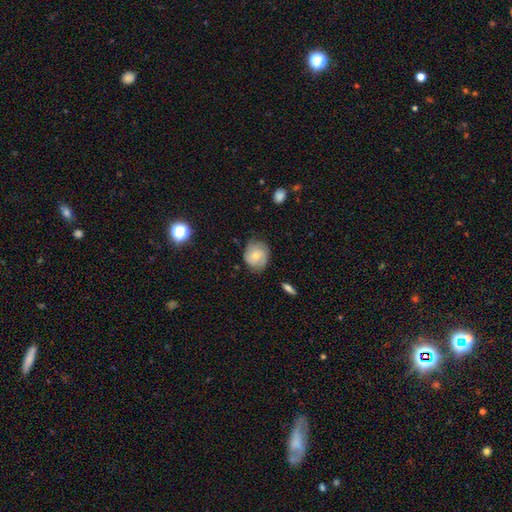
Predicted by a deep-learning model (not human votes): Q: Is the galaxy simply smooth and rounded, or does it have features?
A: smooth — 50%.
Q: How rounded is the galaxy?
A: round — 76%.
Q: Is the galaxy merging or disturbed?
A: none — 68%.